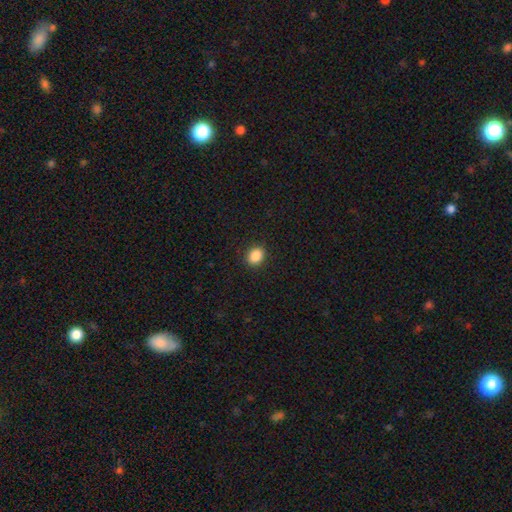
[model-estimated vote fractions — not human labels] Q: Smooth or featured?
A: smooth (87%); runner-up: star or artifact (9%)
Q: How rounded?
A: round (52%); runner-up: in between (47%)
Q: Merging?
A: none (90%); runner-up: minor disturbance (7%)